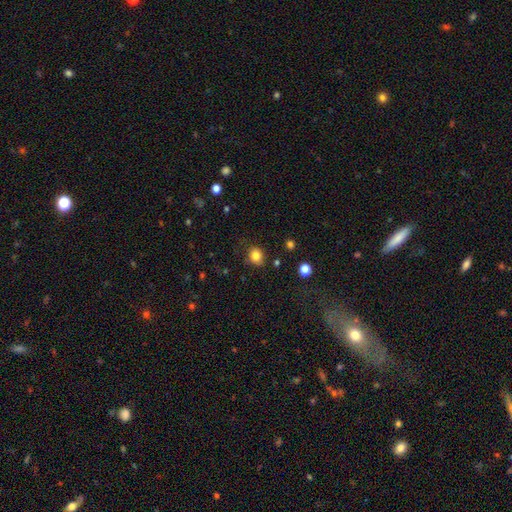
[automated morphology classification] Overall: smooth (83%). How rounded: round (75%). Merging: none (76%).